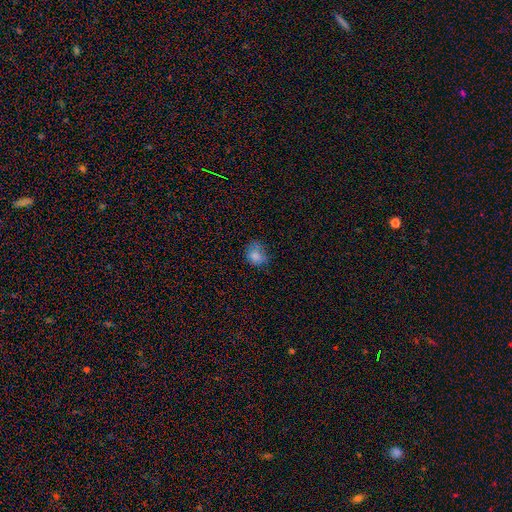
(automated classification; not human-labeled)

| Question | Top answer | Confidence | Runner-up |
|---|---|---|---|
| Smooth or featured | smooth | 77% | star or artifact (14%) |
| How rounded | round | 58% | in between (41%) |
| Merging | none | 58% | minor disturbance (28%) |